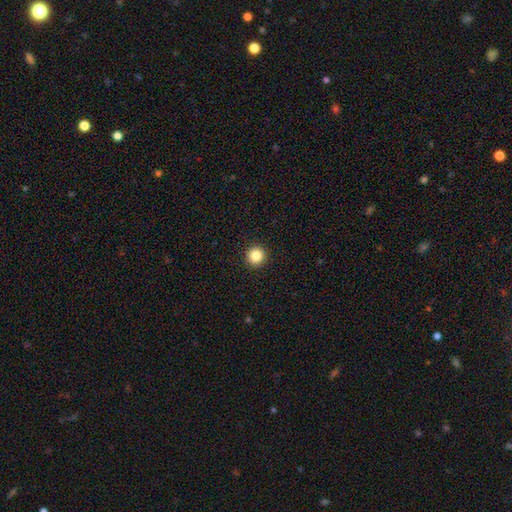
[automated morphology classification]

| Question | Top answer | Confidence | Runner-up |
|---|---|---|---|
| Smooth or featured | smooth | 85% | star or artifact (11%) |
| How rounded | round | 96% | in between (3%) |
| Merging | none | 94% | minor disturbance (4%) |